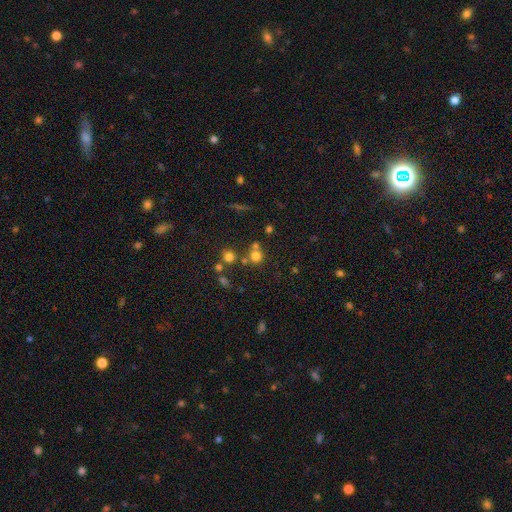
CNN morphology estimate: Smooth or featured? Predicted: smooth (p=0.69). How rounded? Predicted: round (p=0.88). Merging? Predicted: none (p=0.60).